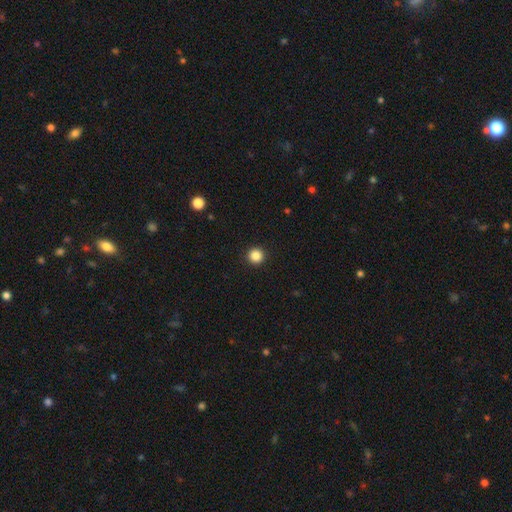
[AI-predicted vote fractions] Q: Smooth or featured?
A: smooth (86%); runner-up: star or artifact (11%)
Q: How rounded?
A: round (96%); runner-up: in between (3%)
Q: Merging?
A: none (94%); runner-up: minor disturbance (4%)